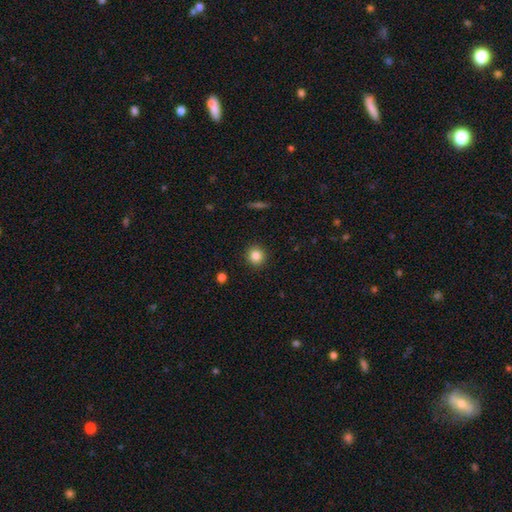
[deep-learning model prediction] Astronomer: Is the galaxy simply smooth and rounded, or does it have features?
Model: smooth — 83%.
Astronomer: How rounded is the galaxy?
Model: round — 93%.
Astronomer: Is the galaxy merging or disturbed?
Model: none — 92%.